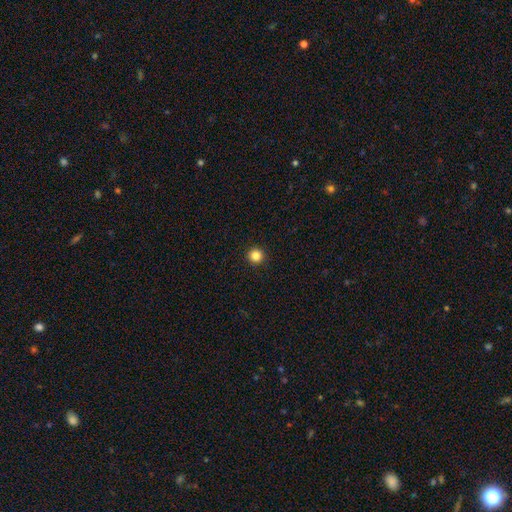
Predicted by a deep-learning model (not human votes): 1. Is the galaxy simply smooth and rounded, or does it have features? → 84% smooth, 12% star or artifact, 4% featured or disk.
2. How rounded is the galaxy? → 96% round, 3% in between, 1% cigar-shaped.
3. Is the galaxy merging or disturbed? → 94% none, 4% minor disturbance, 1% major disturbance, 1% merger.